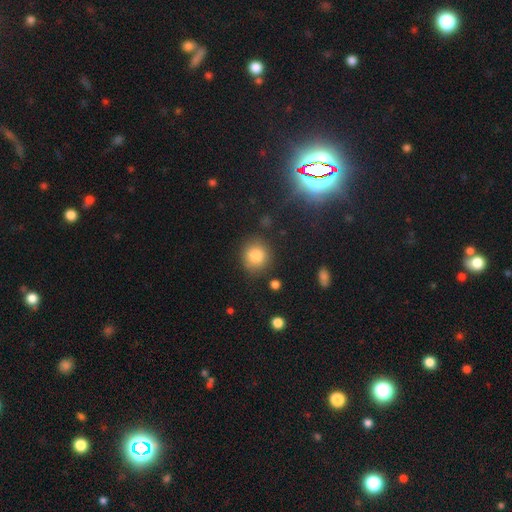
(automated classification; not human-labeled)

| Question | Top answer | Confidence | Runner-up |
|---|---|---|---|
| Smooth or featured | smooth | 83% | star or artifact (11%) |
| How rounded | round | 87% | in between (12%) |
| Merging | none | 84% | minor disturbance (10%) |